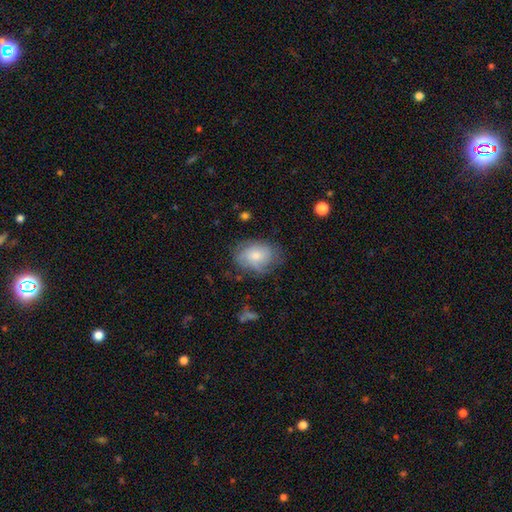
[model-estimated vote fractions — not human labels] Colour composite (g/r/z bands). It shows a smooth galaxy with no disk features (62%) that is in between round and cigar-shaped (70%). Merging: none (63%).